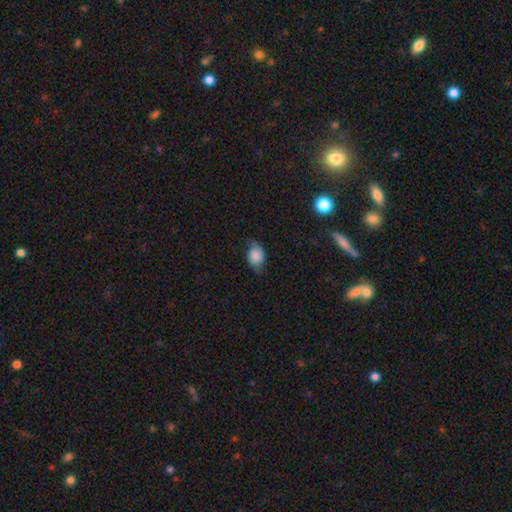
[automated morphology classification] smooth 68%, featured or disk 22%, star or artifact 9%. Down the decision tree: how rounded — in between (78%); merging — none (58%).